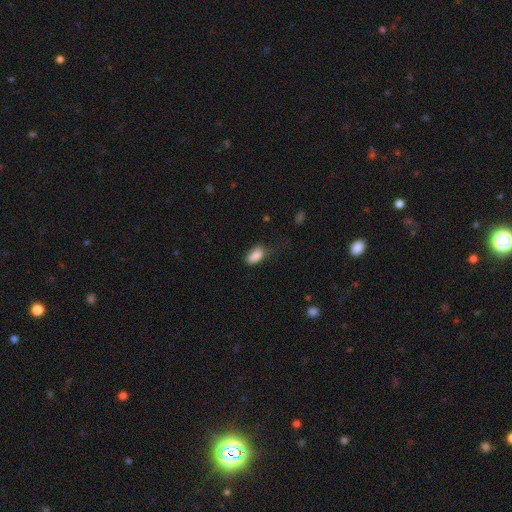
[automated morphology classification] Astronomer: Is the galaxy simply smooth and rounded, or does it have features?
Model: smooth — 87%.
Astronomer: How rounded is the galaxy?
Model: in between — 92%.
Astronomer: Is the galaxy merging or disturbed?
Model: none — 59%.